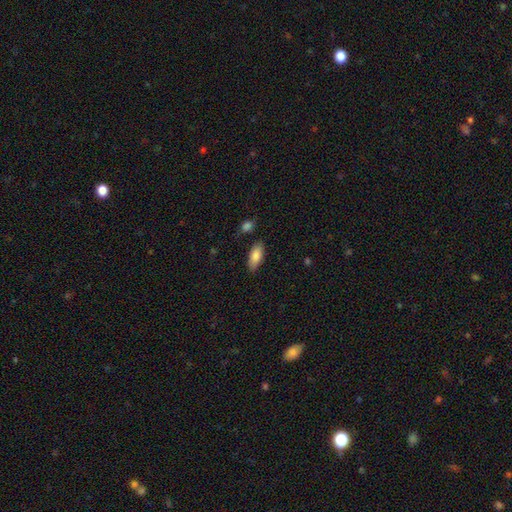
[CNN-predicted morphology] smooth 84%, featured or disk 10%, star or artifact 6%. Down the decision tree: how rounded — in between (84%); merging — none (82%).